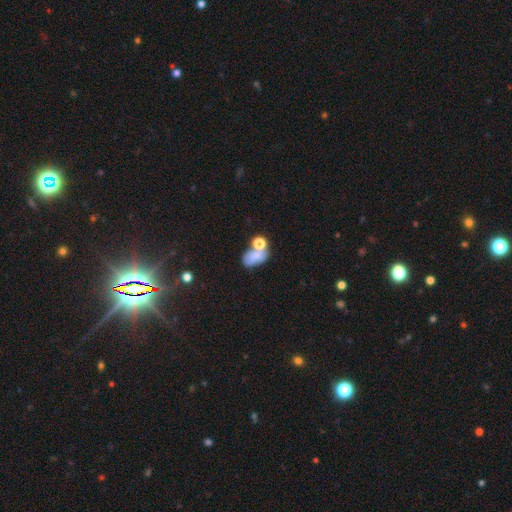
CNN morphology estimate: This appears to be a smooth galaxy with no disk features (69%) that is in between round and cigar-shaped (79%). Merging: merger (42%).